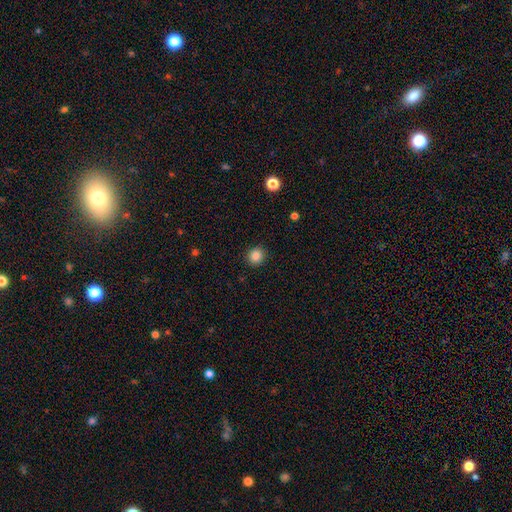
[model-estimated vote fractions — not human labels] smooth_or_featured: smooth (p=0.85) [alt: star or artifact p=0.11]
how_rounded: round (p=0.87) [alt: in between p=0.12]
merging: none (p=0.91) [alt: minor disturbance p=0.06]